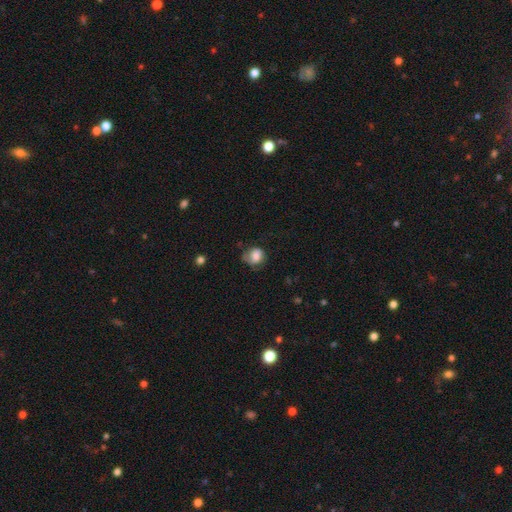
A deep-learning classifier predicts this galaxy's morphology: smooth-or-featured: smooth: 76% | featured or disk: 15% | star or artifact: 9%
  how-rounded: round: 61% | in between: 38% | cigar-shaped: 1%
  merging: none: 44% | minor disturbance: 35% | major disturbance: 19% | merger: 3%